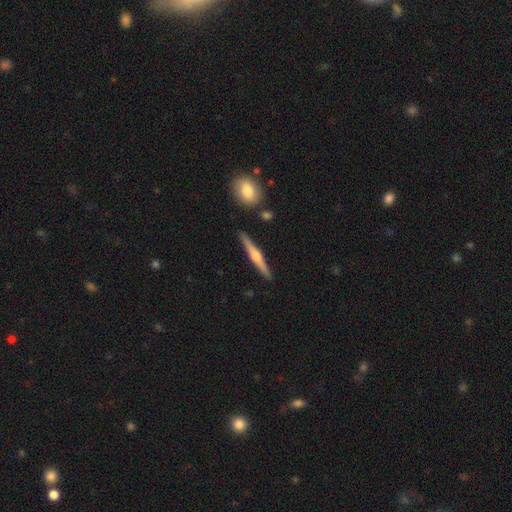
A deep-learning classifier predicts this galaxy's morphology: Smooth or featured? featured or disk (69%)
Edge-on disk? yes (98%)
Edge-on bulge? rounded (90%)
Merging? none (89%)